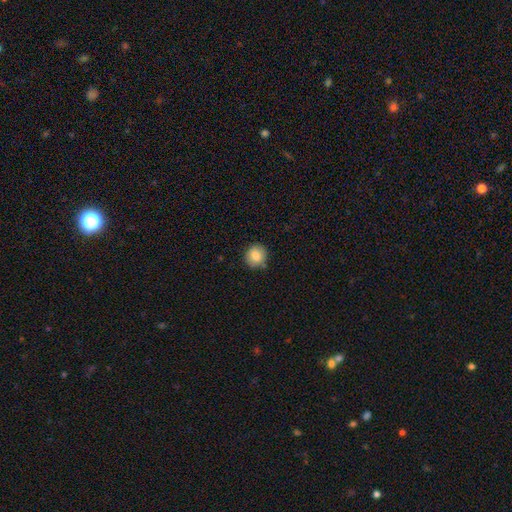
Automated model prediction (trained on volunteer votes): Smooth or featured?
  - smooth: 85% *
  - star or artifact: 8%
  - featured or disk: 7%
How rounded?
  - round: 88% *
  - in between: 11%
  - cigar-shaped: 1%
Merging?
  - none: 83% *
  - minor disturbance: 11%
  - merger: 3%
  - major disturbance: 2%